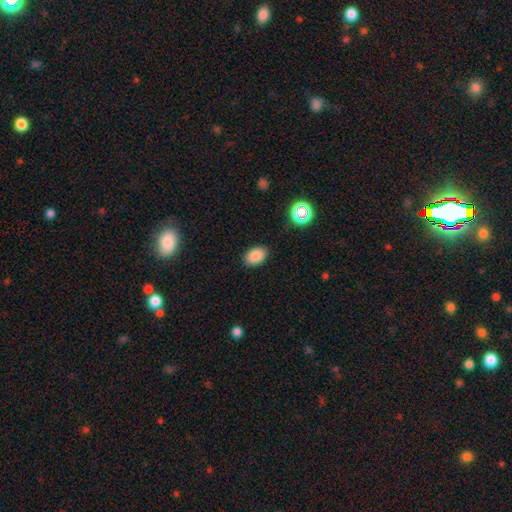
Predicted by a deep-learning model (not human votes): A smooth galaxy with no disk features (85%) that is in between round and cigar-shaped (88%). Merging: none (87%).